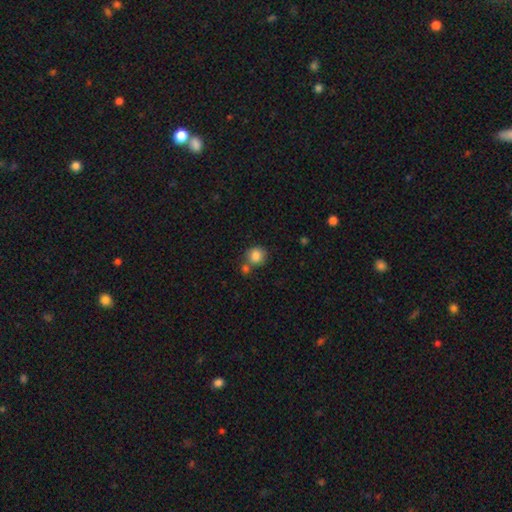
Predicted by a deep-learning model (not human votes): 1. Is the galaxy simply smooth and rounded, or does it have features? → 84% smooth, 9% star or artifact, 6% featured or disk.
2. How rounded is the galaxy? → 88% round, 11% in between, 1% cigar-shaped.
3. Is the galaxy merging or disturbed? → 64% none, 22% merger, 11% minor disturbance, 3% major disturbance.